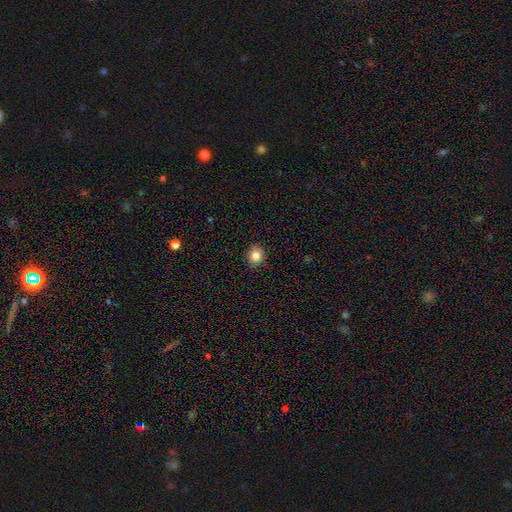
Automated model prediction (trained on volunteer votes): A smooth galaxy with no disk features (82%) that is round (82%).

Vote fractions:
- Smooth or featured? smooth: 82% / star or artifact: 12% / featured or disk: 7%
- How rounded? round: 82% / in between: 17% / cigar-shaped: 1%
- Merging? none: 90% / minor disturbance: 7% / major disturbance: 2% / merger: 1%